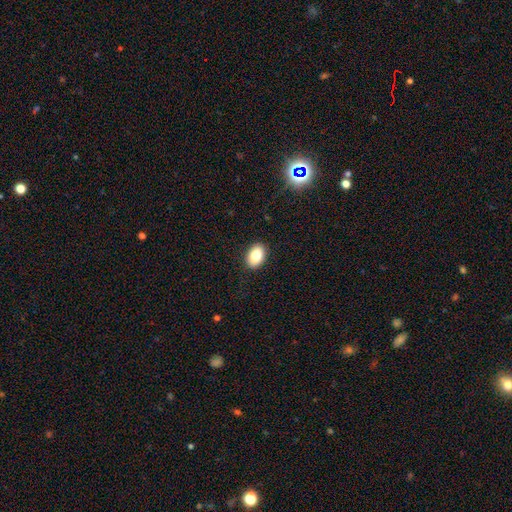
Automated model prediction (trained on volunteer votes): Smooth or featured? smooth (82%)
How rounded? in between (86%)
Merging? none (90%)